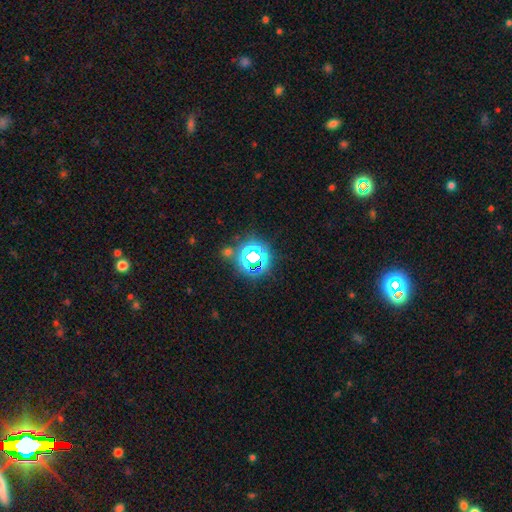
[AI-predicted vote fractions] This appears to be a star or artifact, not a galaxy (69%).